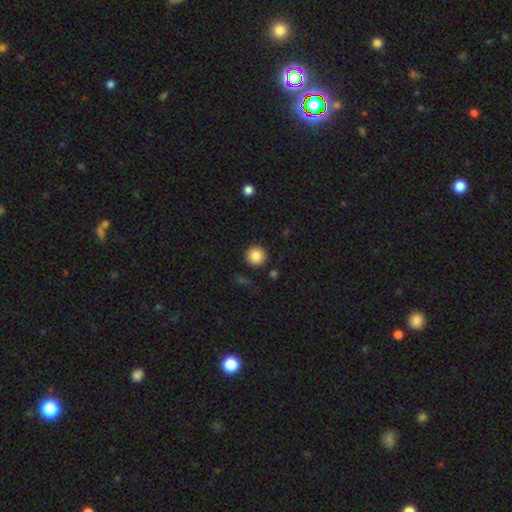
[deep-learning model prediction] A smooth galaxy with no disk features (86%) that is round (95%).

Vote fractions:
- Smooth or featured? smooth: 86% / star or artifact: 9% / featured or disk: 5%
- How rounded? round: 95% / in between: 4% / cigar-shaped: 1%
- Merging? none: 90% / minor disturbance: 6% / major disturbance: 2% / merger: 2%